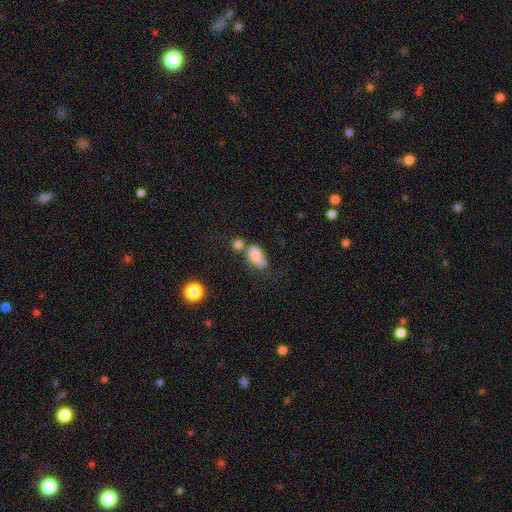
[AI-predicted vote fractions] The model was most divided on "merging": merger: 34%, none: 30%, minor disturbance: 21%, major disturbance: 15%. More confident: how rounded — in between (83%); smooth or featured — smooth (58%).